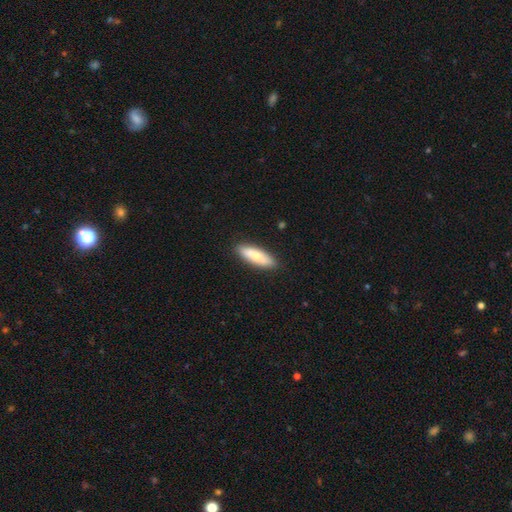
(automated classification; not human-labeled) Smooth or featured? smooth (71%)
How rounded? cigar-shaped (54%)
Merging? none (88%)